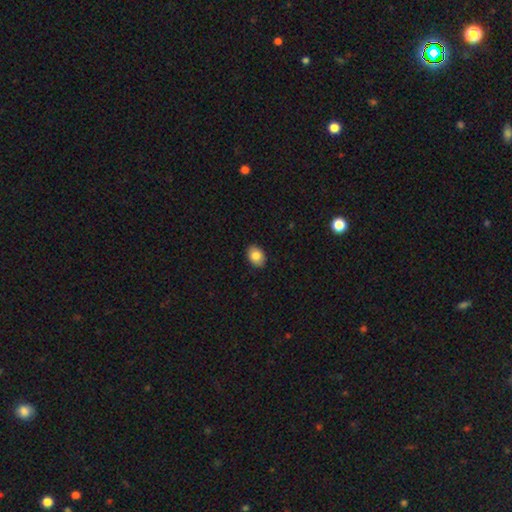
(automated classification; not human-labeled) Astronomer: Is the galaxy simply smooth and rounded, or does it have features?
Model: smooth — 83%.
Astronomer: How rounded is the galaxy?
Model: in between — 77%.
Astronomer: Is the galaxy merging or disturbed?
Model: none — 89%.